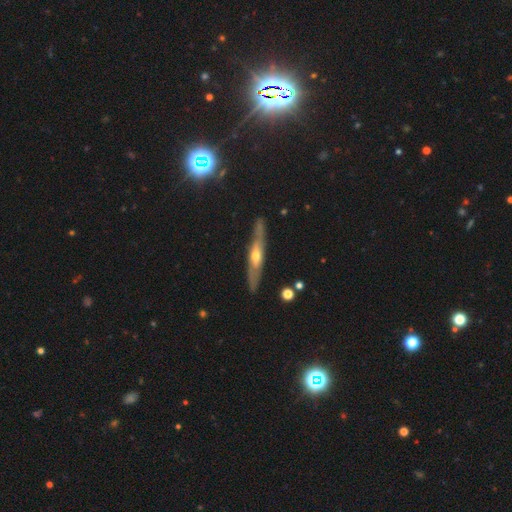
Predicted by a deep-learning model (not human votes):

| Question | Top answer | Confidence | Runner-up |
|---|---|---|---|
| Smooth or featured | featured or disk | 70% | smooth (24%) |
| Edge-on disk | yes | 83% | no (17%) |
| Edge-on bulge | rounded | 82% | none (14%) |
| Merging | none | 84% | minor disturbance (11%) |